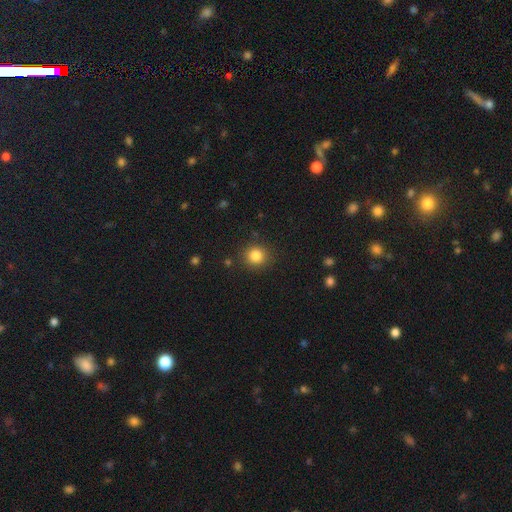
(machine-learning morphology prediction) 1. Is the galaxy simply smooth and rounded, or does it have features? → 84% smooth, 11% star or artifact, 5% featured or disk.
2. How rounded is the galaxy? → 89% round, 10% in between, 1% cigar-shaped.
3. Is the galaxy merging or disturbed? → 88% none, 8% minor disturbance, 3% major disturbance, 2% merger.